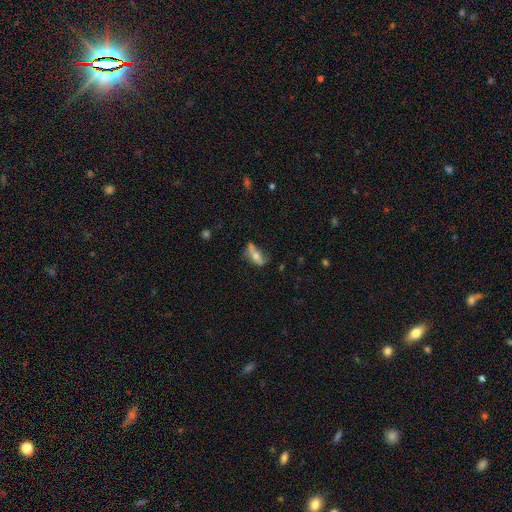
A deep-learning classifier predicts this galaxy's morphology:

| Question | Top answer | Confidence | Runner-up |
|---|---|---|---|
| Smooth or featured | smooth | 56% | featured or disk (35%) |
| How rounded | in between | 70% | cigar-shaped (25%) |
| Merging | none | 47% | minor disturbance (29%) |